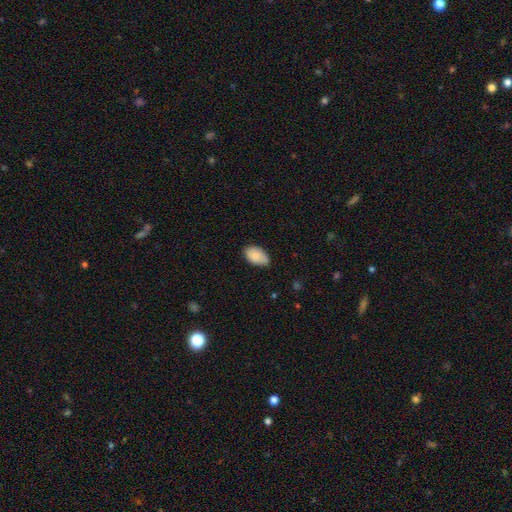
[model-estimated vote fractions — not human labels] Q: Smooth or featured?
A: smooth (85%); runner-up: featured or disk (8%)
Q: How rounded?
A: in between (92%); runner-up: round (7%)
Q: Merging?
A: none (69%); runner-up: minor disturbance (26%)